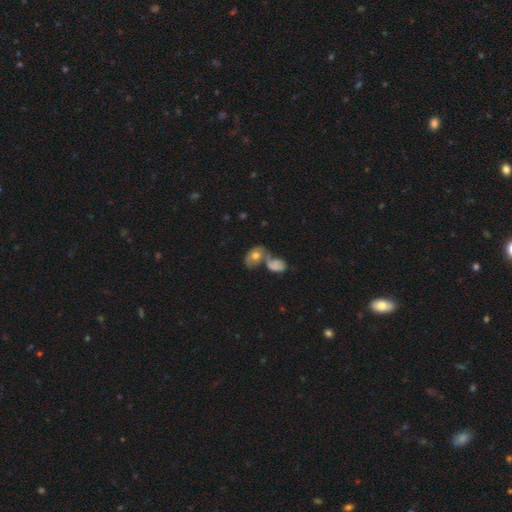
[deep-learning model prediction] Smooth or featured: smooth — 62% (featured or disk — 28%)
How rounded: in between — 76% (round — 22%)
Merging: merger — 50% (none — 27%)